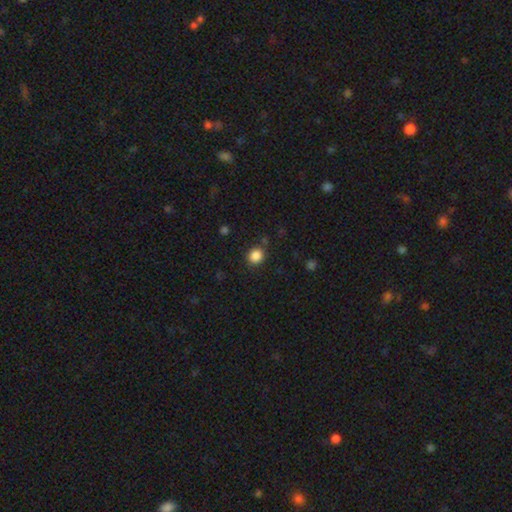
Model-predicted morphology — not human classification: The model was most divided on "how rounded": round: 86%, in between: 13%, cigar-shaped: 1%. More confident: smooth or featured — smooth (86%); merging — none (85%).